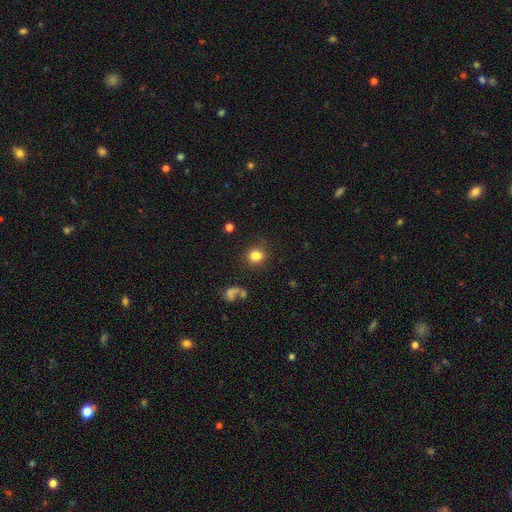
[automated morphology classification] smooth-or-featured: smooth: 81% | star or artifact: 11% | featured or disk: 8%
  how-rounded: round: 84% | in between: 15% | cigar-shaped: 1%
  merging: none: 85% | minor disturbance: 8% | major disturbance: 4% | merger: 3%